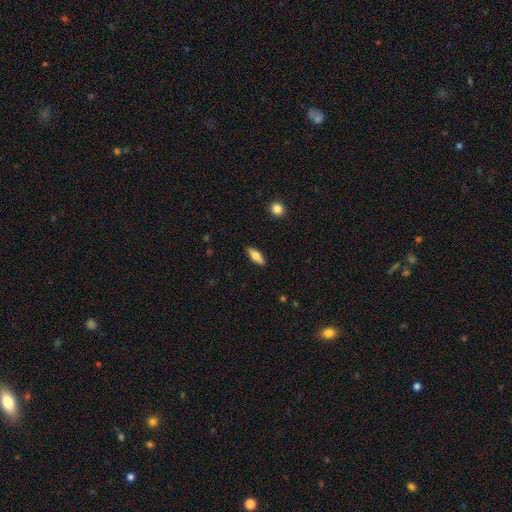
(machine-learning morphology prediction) Smooth or featured? smooth (67%)
How rounded? in between (61%)
Merging? none (88%)